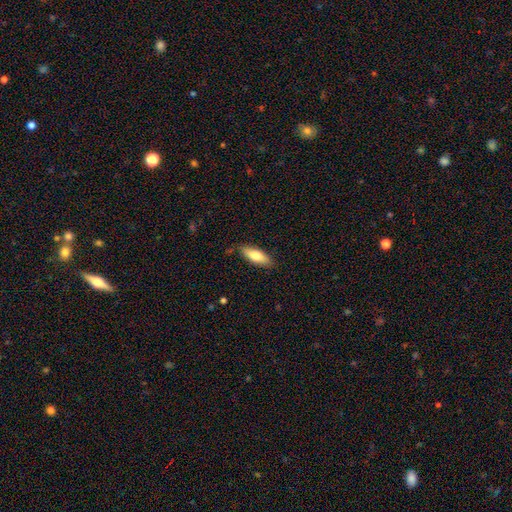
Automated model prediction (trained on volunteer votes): This is likely a smooth galaxy (73%). How rounded: likely in between (63%). Merging: clearly none (85%).